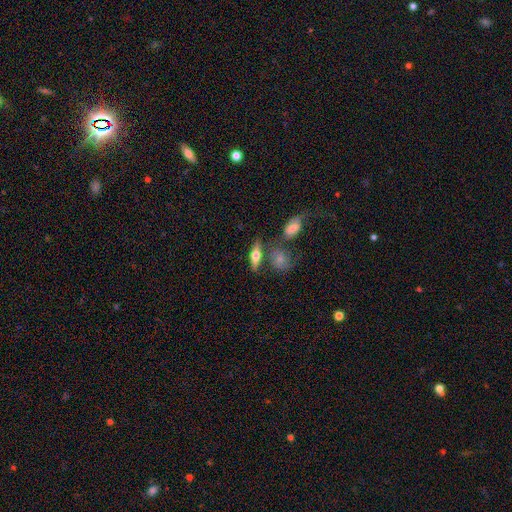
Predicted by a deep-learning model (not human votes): smooth_or_featured: smooth (p=0.48) [alt: featured or disk p=0.45]
merging: none (p=0.67) [alt: minor disturbance p=0.14]